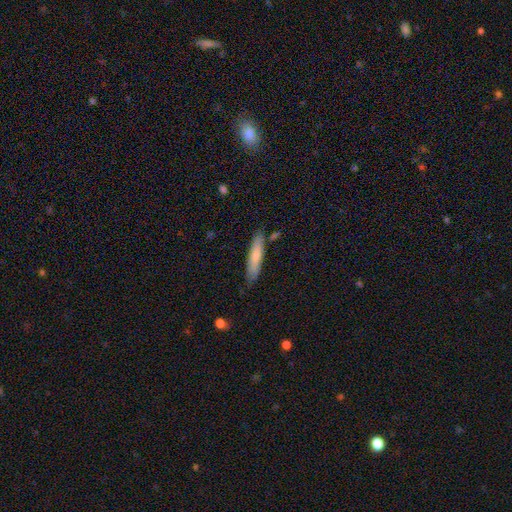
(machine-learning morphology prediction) The model was most divided on "smooth or featured": smooth: 71%, featured or disk: 23%, star or artifact: 6%. More confident: how rounded — cigar-shaped (85%); merging — none (80%).